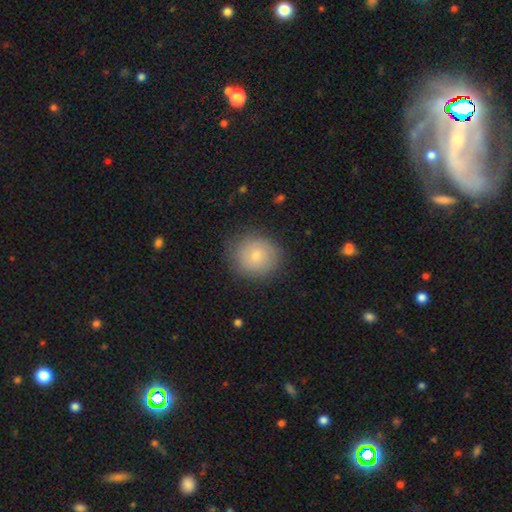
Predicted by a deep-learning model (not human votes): A smooth galaxy with no disk features (73%) that is round (86%).

Vote fractions:
- Smooth or featured? smooth: 73% / featured or disk: 19% / star or artifact: 8%
- How rounded? round: 86% / in between: 13% / cigar-shaped: 1%
- Merging? none: 82% / minor disturbance: 13% / major disturbance: 4% / merger: 1%